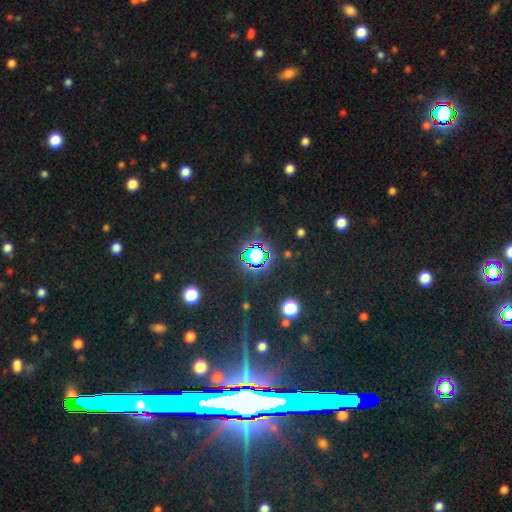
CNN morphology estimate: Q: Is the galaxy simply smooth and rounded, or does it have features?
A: star or artifact — 78%.